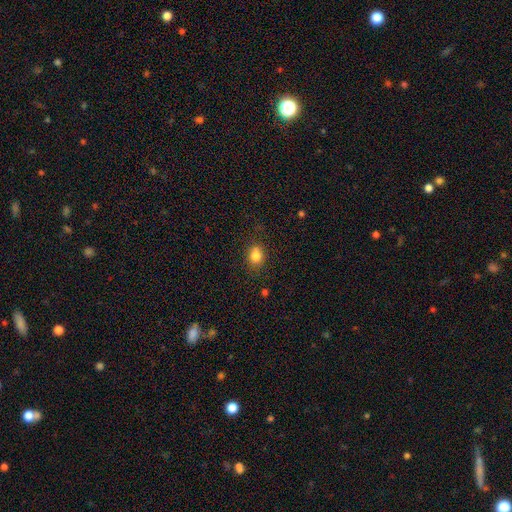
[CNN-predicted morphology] Q: Smooth or featured?
A: smooth (82%); runner-up: star or artifact (11%)
Q: How rounded?
A: in between (53%); runner-up: round (46%)
Q: Merging?
A: none (76%); runner-up: minor disturbance (17%)